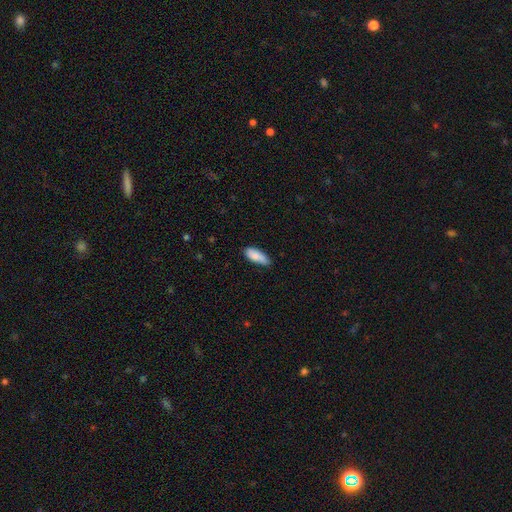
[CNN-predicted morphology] Smooth or featured?
  - smooth: 86% *
  - featured or disk: 8%
  - star or artifact: 6%
How rounded?
  - in between: 76% *
  - cigar-shaped: 22%
  - round: 2%
Merging?
  - none: 69% *
  - minor disturbance: 26%
  - major disturbance: 3%
  - merger: 1%